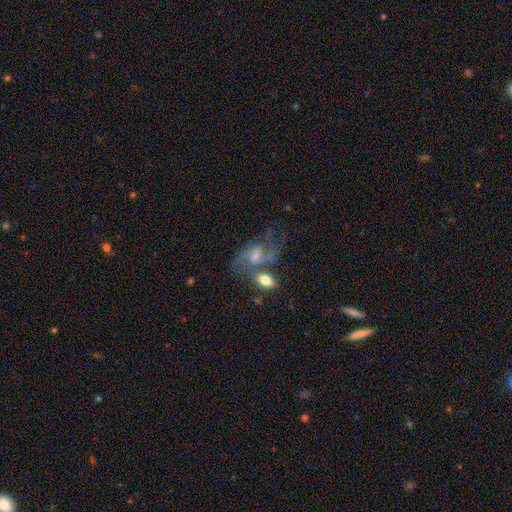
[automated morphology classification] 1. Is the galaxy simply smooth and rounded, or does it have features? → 64% featured or disk, 25% smooth, 11% star or artifact.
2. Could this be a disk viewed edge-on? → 95% no, 5% yes.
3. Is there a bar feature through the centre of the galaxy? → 63% no, 31% weak, 6% strong.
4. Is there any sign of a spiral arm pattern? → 77% yes, 23% no.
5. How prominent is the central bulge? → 46% moderate, 35% small, 9% none, 8% large, 2% dominant.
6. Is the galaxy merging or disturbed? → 34% none, 31% merger, 19% major disturbance, 16% minor disturbance.